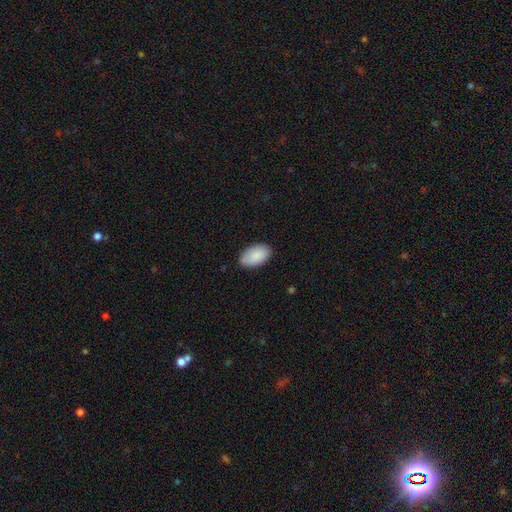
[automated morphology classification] Smooth or featured? Predicted: smooth (p=0.89). How rounded? Predicted: in between (p=0.95). Merging? Predicted: none (p=0.84).